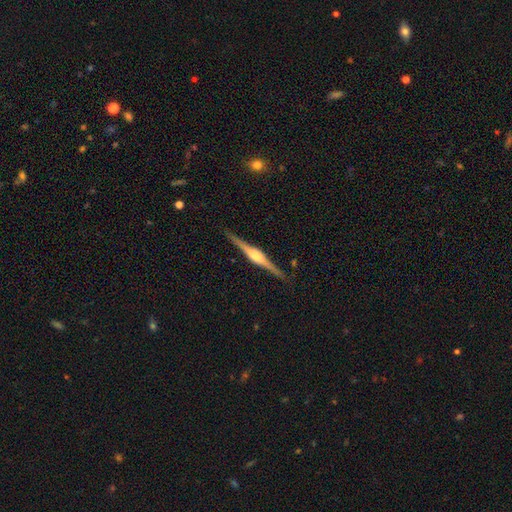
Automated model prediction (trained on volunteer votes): A featured or disk galaxy (85%) viewed edge-on (98%) with a rounded central bulge (77%). Merging: none (89%).